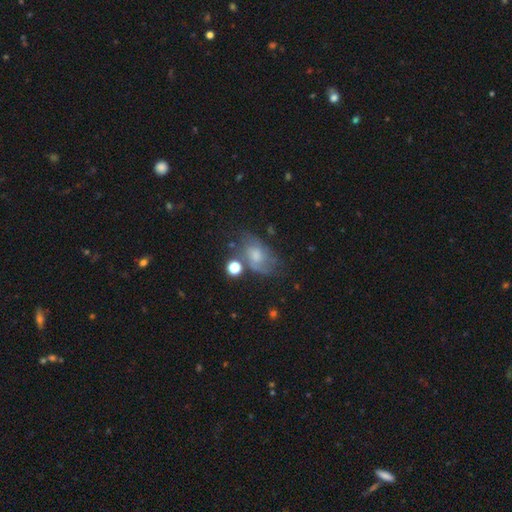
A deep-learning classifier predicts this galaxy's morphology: featured or disk 45%, smooth 43%, star or artifact 12%. Down the decision tree: merging — none (46%).